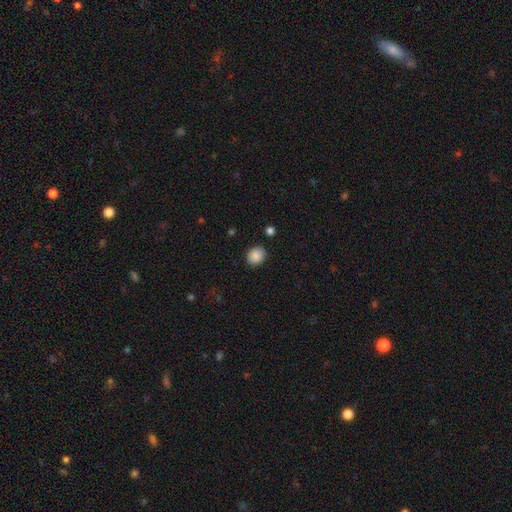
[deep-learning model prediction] smooth 88%, star or artifact 9%, featured or disk 3%. Down the decision tree: how rounded — round (68%); merging — none (87%).